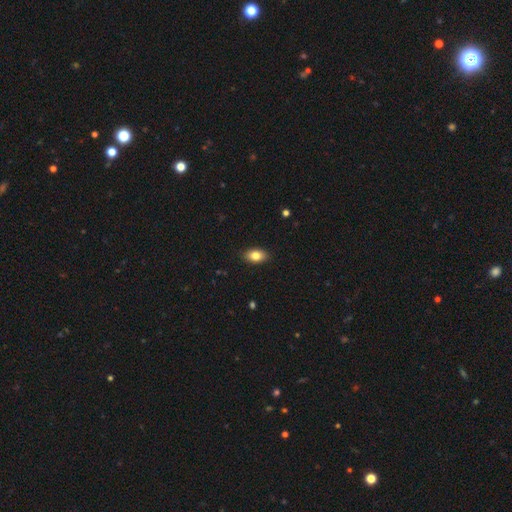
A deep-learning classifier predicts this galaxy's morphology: The model was most divided on "smooth or featured": smooth: 83%, featured or disk: 10%, star or artifact: 8%. More confident: merging — none (89%); how rounded — in between (89%).